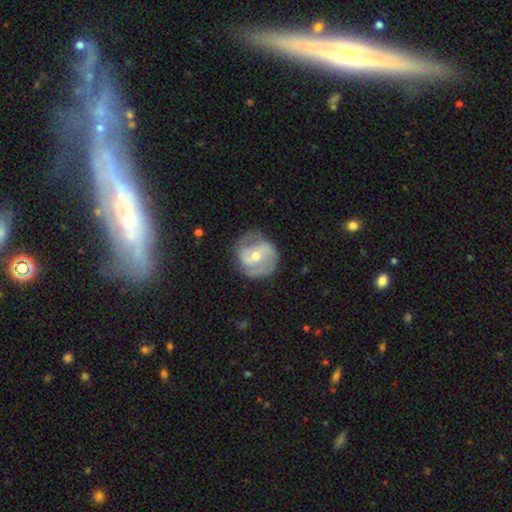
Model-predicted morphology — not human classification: smooth_or_featured: featured or disk (p=0.75) [alt: smooth p=0.19]
disk_edge_on: no (p=0.97) [alt: yes p=0.03]
bar: weak (p=0.42) [alt: no p=0.38]
has_spiral_arms: yes (p=0.87) [alt: no p=0.13]
spiral_winding: medium (p=0.44) [alt: tight p=0.35]
spiral_arm_count: 2 (p=0.71) [alt: can't tell p=0.14]
bulge_size: moderate (p=0.58) [alt: small p=0.38]
merging: none (p=0.72) [alt: minor disturbance p=0.19]